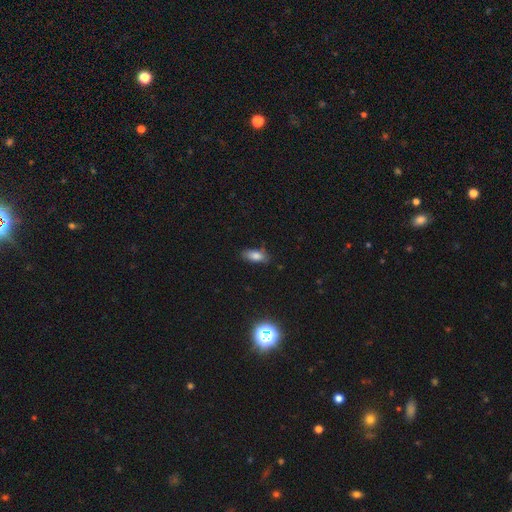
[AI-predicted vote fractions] This is likely a smooth galaxy (79%). How rounded: clearly in between (84%). Merging: likely none (77%).